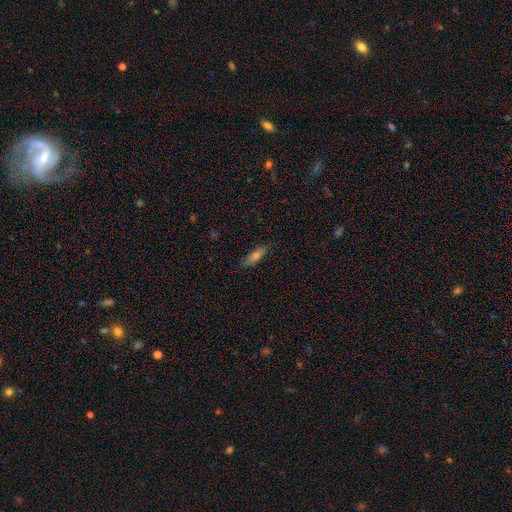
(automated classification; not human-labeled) Smooth or featured? Predicted: smooth (p=0.66). How rounded? Predicted: cigar-shaped (p=0.60). Merging? Predicted: none (p=0.83).